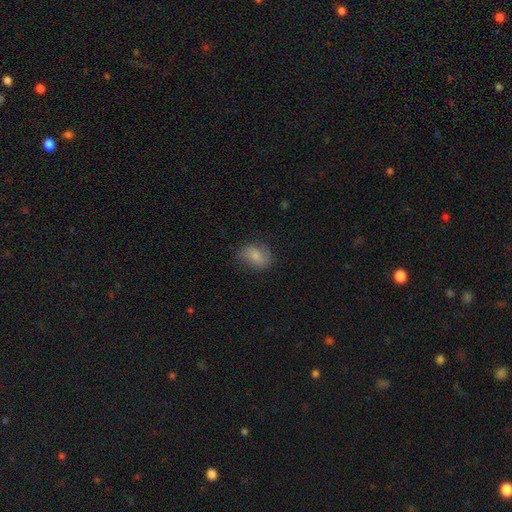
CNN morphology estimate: This is likely a smooth galaxy (72%). How rounded: likely in between (71%). Merging: likely none (67%).